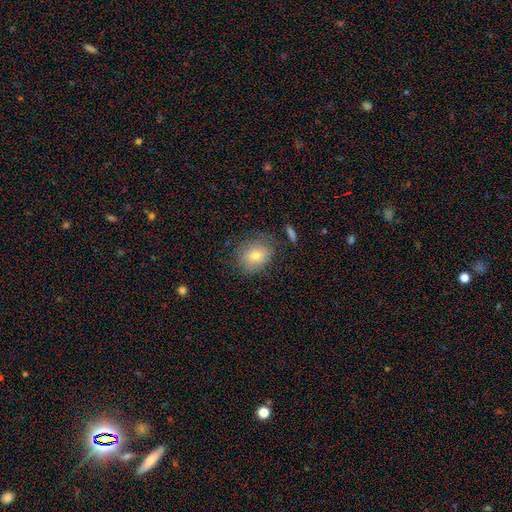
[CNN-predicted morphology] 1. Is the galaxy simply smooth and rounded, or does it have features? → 73% smooth, 16% featured or disk, 10% star or artifact.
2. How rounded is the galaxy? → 55% round, 44% in between, 1% cigar-shaped.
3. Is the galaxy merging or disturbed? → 74% none, 18% minor disturbance, 6% major disturbance, 2% merger.